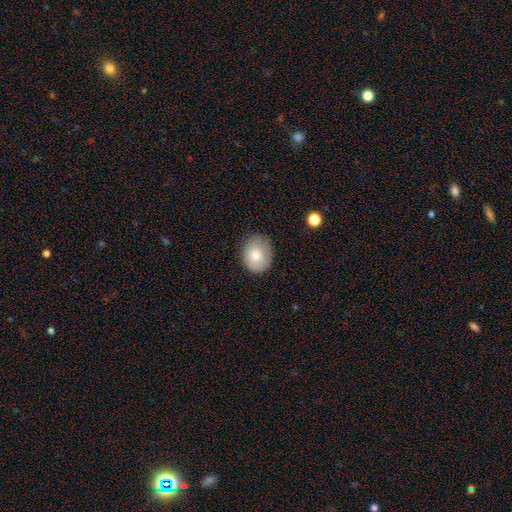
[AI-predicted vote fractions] Smooth or featured?
  - smooth: 77% *
  - featured or disk: 15%
  - star or artifact: 8%
How rounded?
  - round: 54% *
  - in between: 45%
  - cigar-shaped: 1%
Merging?
  - none: 76% *
  - minor disturbance: 19%
  - major disturbance: 4%
  - merger: 1%